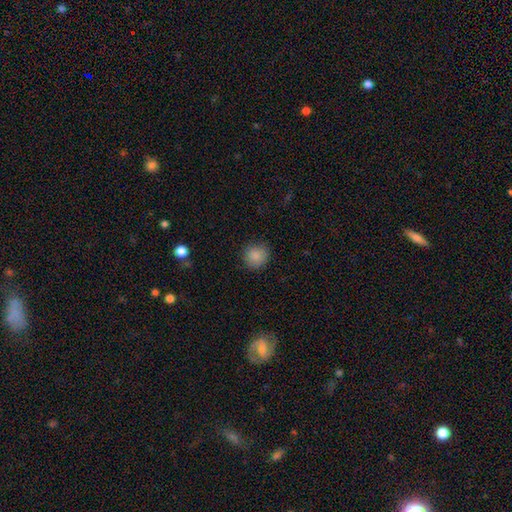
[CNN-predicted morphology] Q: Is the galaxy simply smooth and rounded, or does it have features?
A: smooth — 86%.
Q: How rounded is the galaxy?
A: round — 89%.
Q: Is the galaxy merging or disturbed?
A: none — 86%.